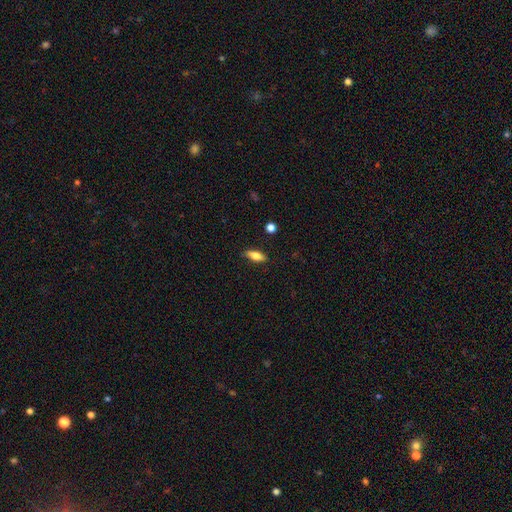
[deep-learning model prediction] The model was most divided on "how rounded": in between: 69%, cigar-shaped: 27%, round: 3%. More confident: merging — none (86%); smooth or featured — smooth (71%).